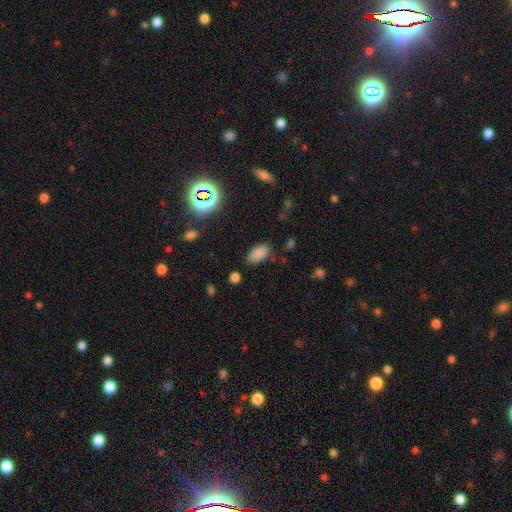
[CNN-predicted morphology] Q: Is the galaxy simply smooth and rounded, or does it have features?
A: smooth — 79%.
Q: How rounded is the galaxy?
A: in between — 93%.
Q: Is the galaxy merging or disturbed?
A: none — 80%.